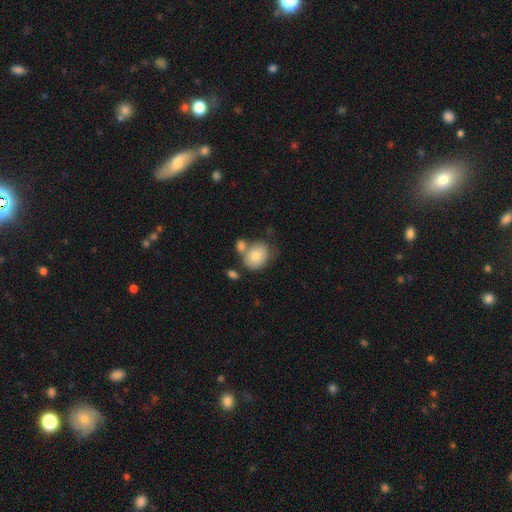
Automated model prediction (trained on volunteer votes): smooth_or_featured: smooth (p=0.76) [alt: featured or disk p=0.16]
how_rounded: round (p=0.53) [alt: in between p=0.46]
merging: none (p=0.47) [alt: merger p=0.29]